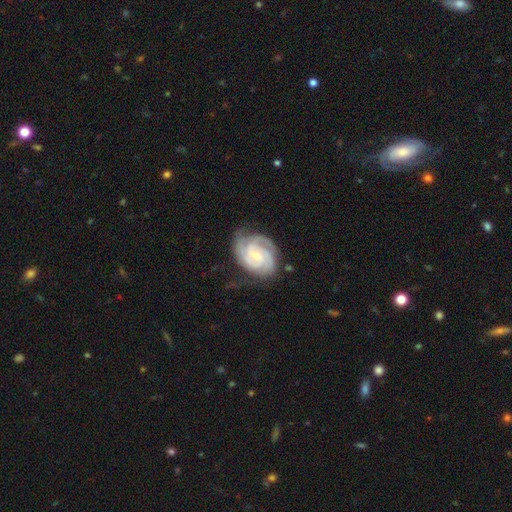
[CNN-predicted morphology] smooth-or-featured: featured or disk: 90% | smooth: 5% | star or artifact: 4%
  disk-edge-on: no: 98% | yes: 2%
    bar: no: 49% | weak: 41% | strong: 9%
    has-spiral-arms: yes: 98% | no: 2%
      spiral-winding: tight: 73% | medium: 24% | loose: 3%
      spiral-arm-count: 3: 44% | 2: 25% | 4: 11% | can't tell: 11% | 1: 4% | more than 4: 4%
    bulge-size: small: 64% | moderate: 32% | none: 3% | large: 1% | dominant: 1%
  merging: none: 70% | minor disturbance: 22% | major disturbance: 7% | merger: 1%